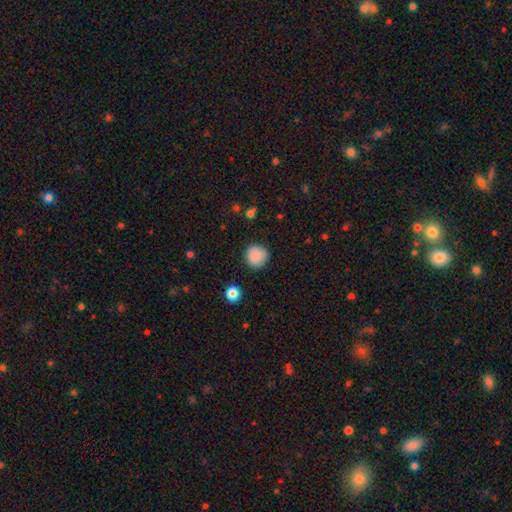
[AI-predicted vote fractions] A smooth galaxy with no disk features (87%) that is round (94%).

Vote fractions:
- Smooth or featured? smooth: 87% / star or artifact: 9% / featured or disk: 4%
- How rounded? round: 94% / in between: 5% / cigar-shaped: 1%
- Merging? none: 90% / minor disturbance: 7% / major disturbance: 2% / merger: 1%